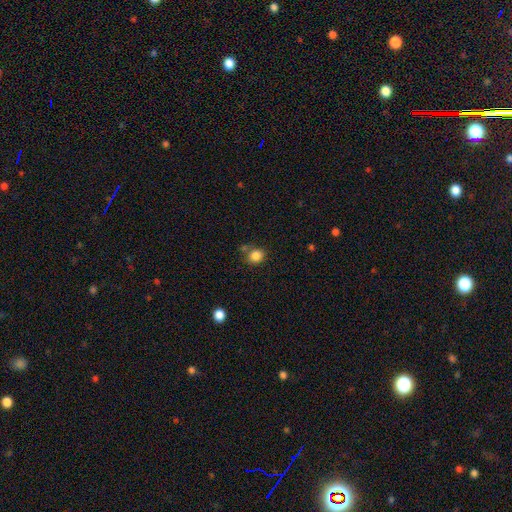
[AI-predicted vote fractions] smooth_or_featured: smooth (p=0.84) [alt: star or artifact p=0.11]
how_rounded: round (p=0.76) [alt: in between p=0.23]
merging: none (p=0.68) [alt: minor disturbance p=0.15]